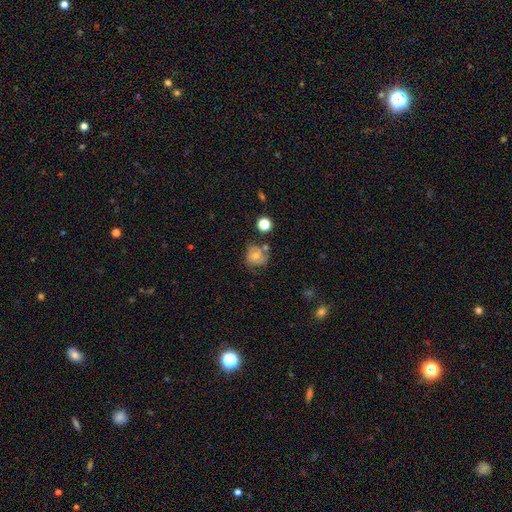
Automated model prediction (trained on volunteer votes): Smooth or featured?
  - smooth: 47% *
  - featured or disk: 42%
  - star or artifact: 11%
Merging?
  - none: 50% *
  - minor disturbance: 26%
  - major disturbance: 13%
  - merger: 11%